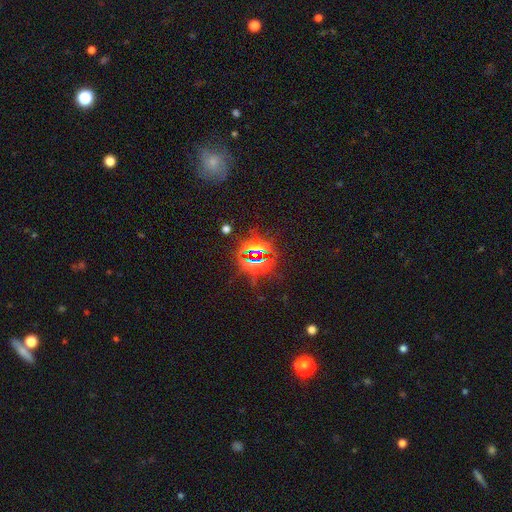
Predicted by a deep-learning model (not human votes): Smooth or featured? star or artifact (79%)